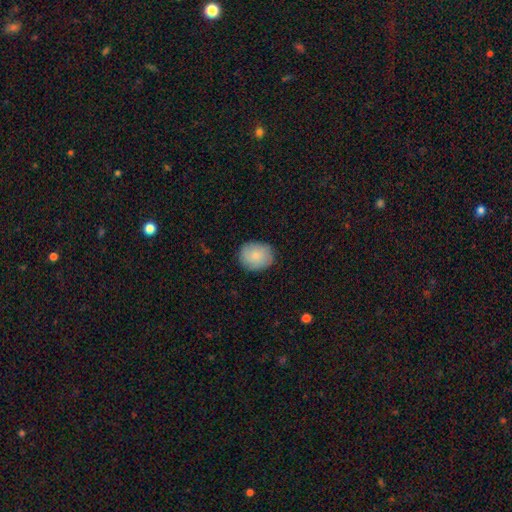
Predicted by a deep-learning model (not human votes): Smooth or featured: smooth — 83% (featured or disk — 11%)
How rounded: round — 62% (in between — 37%)
Merging: none — 85% (minor disturbance — 11%)